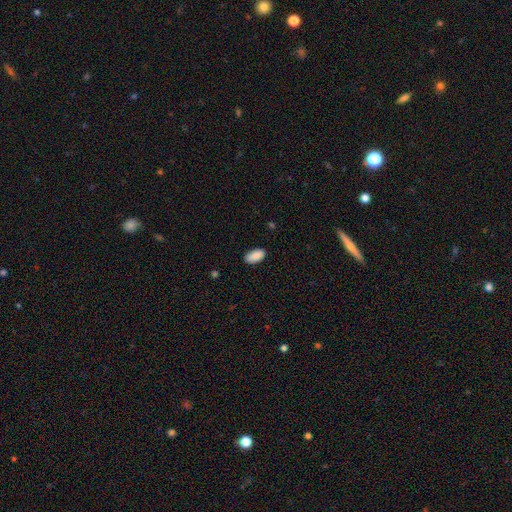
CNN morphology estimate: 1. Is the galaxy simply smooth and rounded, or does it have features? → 88% smooth, 7% star or artifact, 5% featured or disk.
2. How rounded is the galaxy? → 94% in between, 3% cigar-shaped, 3% round.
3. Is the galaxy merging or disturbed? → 83% none, 14% minor disturbance, 2% major disturbance, 1% merger.